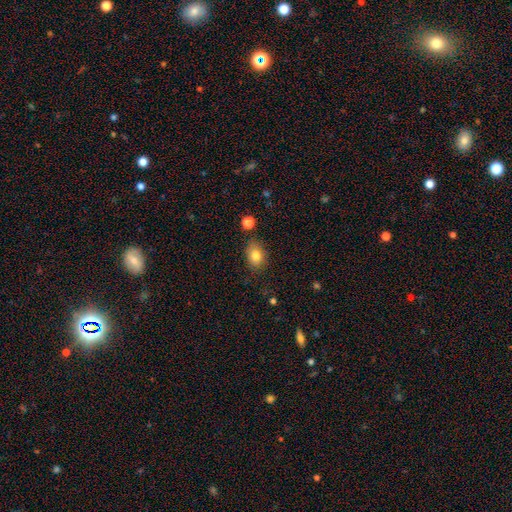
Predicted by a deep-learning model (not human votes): Smooth or featured?
  - smooth: 82% *
  - star or artifact: 9%
  - featured or disk: 8%
How rounded?
  - in between: 69% *
  - round: 30%
  - cigar-shaped: 1%
Merging?
  - none: 79% *
  - minor disturbance: 14%
  - major disturbance: 3%
  - merger: 3%